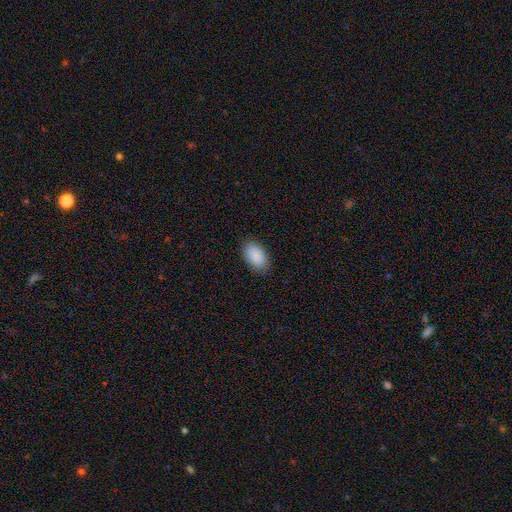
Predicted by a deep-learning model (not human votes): A smooth galaxy with no disk features (90%) that is in between round and cigar-shaped (93%).

Vote fractions:
- Smooth or featured? smooth: 90% / star or artifact: 6% / featured or disk: 3%
- How rounded? in between: 93% / round: 6% / cigar-shaped: 1%
- Merging? none: 86% / minor disturbance: 11% / major disturbance: 2% / merger: 1%